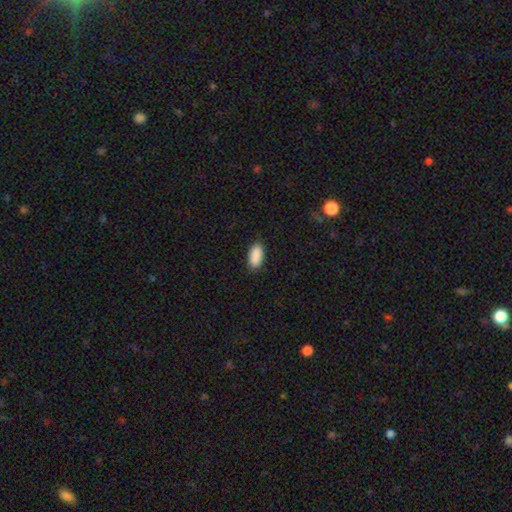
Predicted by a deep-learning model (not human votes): This is clearly a smooth galaxy (91%). How rounded: clearly in between (93%). Merging: clearly none (87%).